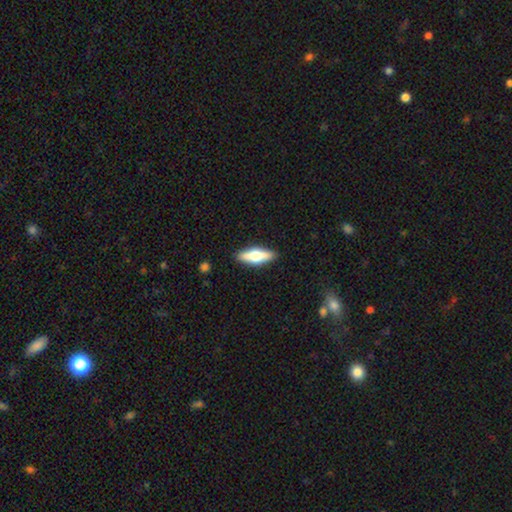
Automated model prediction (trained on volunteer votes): Smooth or featured? Predicted: featured or disk (p=0.52). Edge-on disk? Predicted: yes (p=0.92). Merging? Predicted: none (p=0.89).